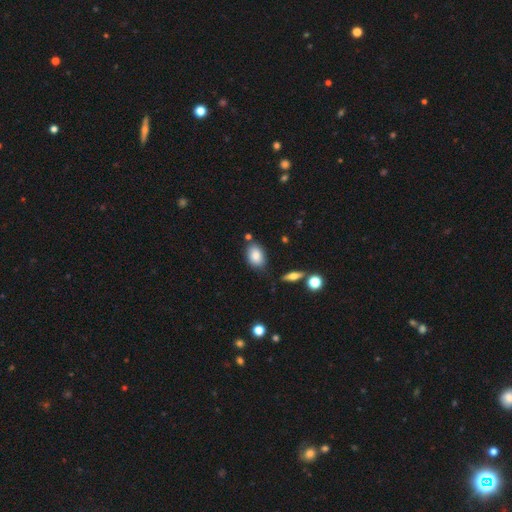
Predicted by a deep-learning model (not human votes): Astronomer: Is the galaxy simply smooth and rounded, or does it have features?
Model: smooth — 83%.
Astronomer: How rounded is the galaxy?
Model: in between — 85%.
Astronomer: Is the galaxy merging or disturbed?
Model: none — 73%.